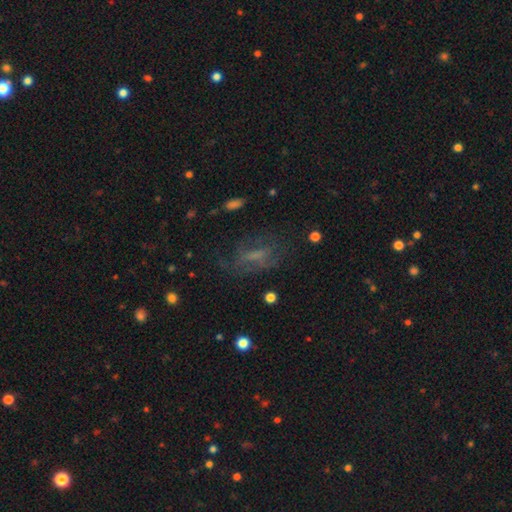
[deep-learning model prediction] smooth 40%, featured or disk 39%, star or artifact 22%. Down the decision tree: merging — none (57%).